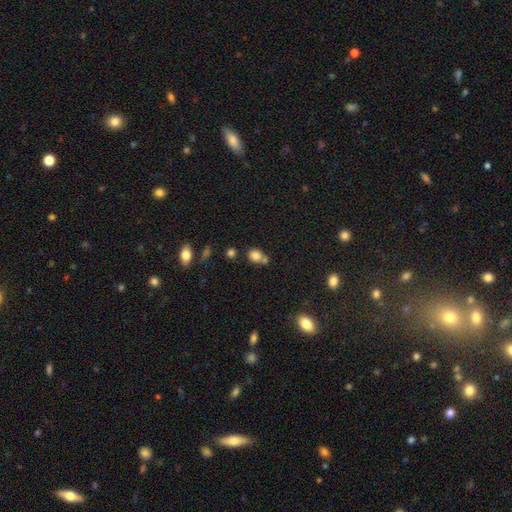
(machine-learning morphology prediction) Smooth or featured? smooth (80%)
How rounded? round (58%)
Merging? none (45%)